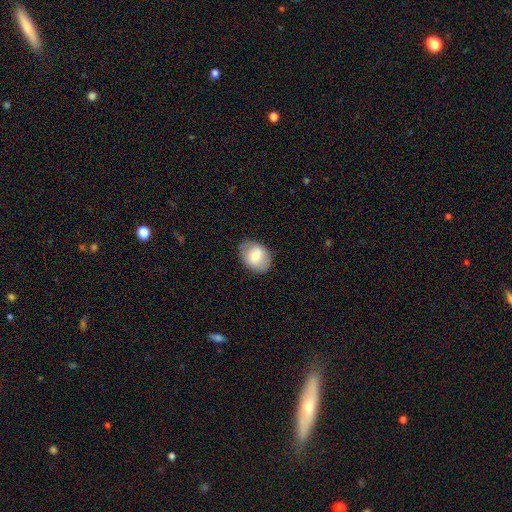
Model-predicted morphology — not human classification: Smooth or featured?
  - smooth: 74% *
  - featured or disk: 19%
  - star or artifact: 7%
How rounded?
  - in between: 67% *
  - round: 32%
  - cigar-shaped: 1%
Merging?
  - none: 78% *
  - minor disturbance: 17%
  - major disturbance: 4%
  - merger: 1%